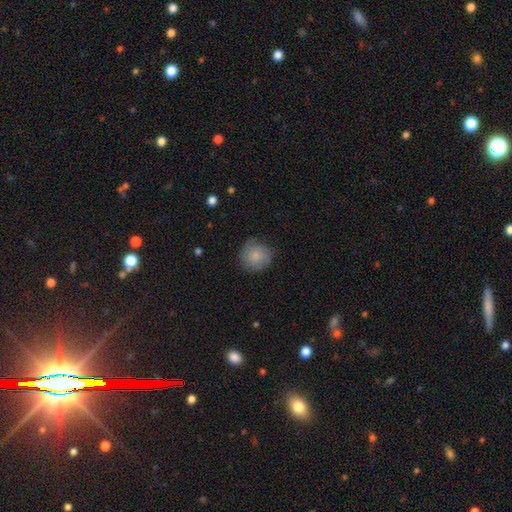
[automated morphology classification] Smooth or featured?
  - smooth: 74% *
  - featured or disk: 19%
  - star or artifact: 7%
How rounded?
  - round: 91% *
  - in between: 8%
  - cigar-shaped: 1%
Merging?
  - none: 72% *
  - minor disturbance: 22%
  - major disturbance: 5%
  - merger: 1%